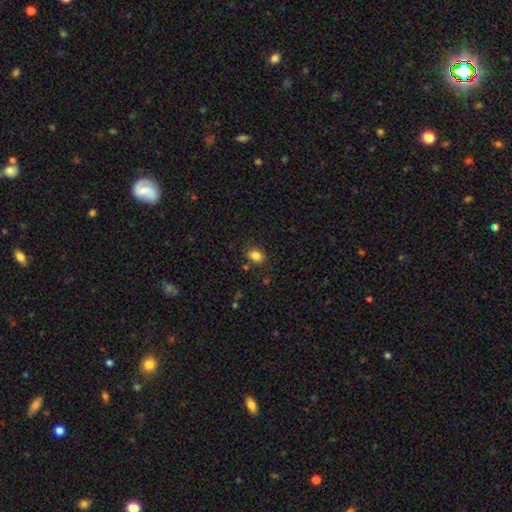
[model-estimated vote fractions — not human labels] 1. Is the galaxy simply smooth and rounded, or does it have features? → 84% smooth, 11% star or artifact, 6% featured or disk.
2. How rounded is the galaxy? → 59% in between, 40% round, 1% cigar-shaped.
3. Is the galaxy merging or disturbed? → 81% none, 12% minor disturbance, 3% merger, 3% major disturbance.